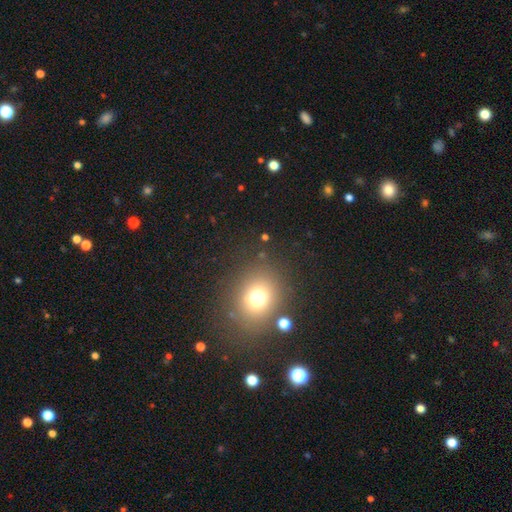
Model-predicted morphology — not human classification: smooth_or_featured: smooth (p=0.63) [alt: star or artifact p=0.28]
how_rounded: round (p=0.63) [alt: in between p=0.36]
merging: none (p=0.84) [alt: minor disturbance p=0.09]